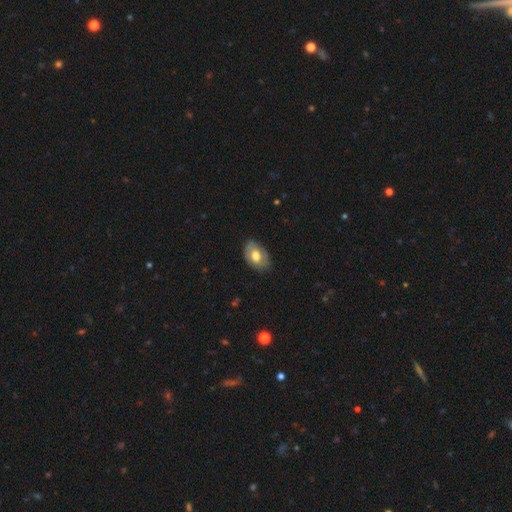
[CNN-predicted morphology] Smooth or featured: smooth — 55% (featured or disk — 39%)
How rounded: in between — 86% (round — 13%)
Merging: none — 75% (minor disturbance — 19%)